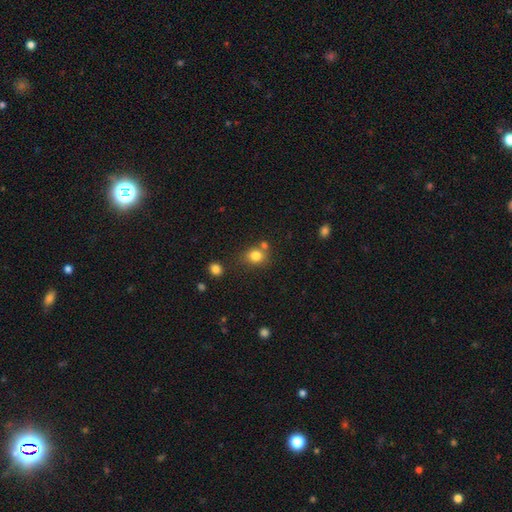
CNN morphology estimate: The model was most divided on "how rounded": round: 69%, in between: 31%, cigar-shaped: 1%. More confident: smooth or featured — smooth (81%); merging — none (62%).